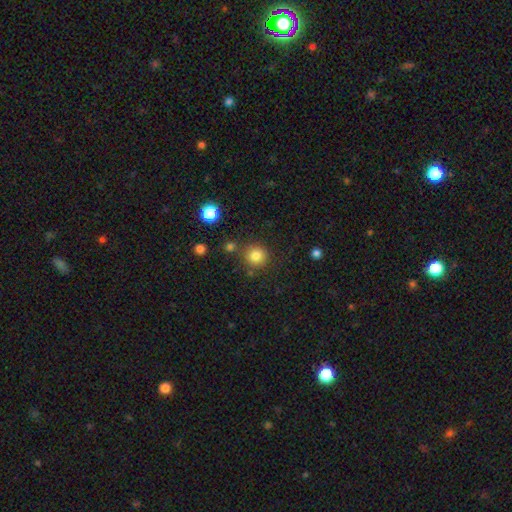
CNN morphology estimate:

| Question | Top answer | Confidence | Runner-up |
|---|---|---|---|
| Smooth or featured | smooth | 82% | star or artifact (13%) |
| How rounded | round | 92% | in between (7%) |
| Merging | none | 82% | minor disturbance (9%) |